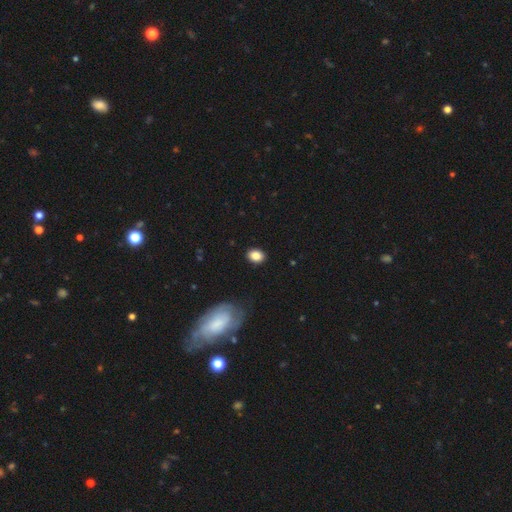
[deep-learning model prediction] Q: Smooth or featured?
A: smooth (86%); runner-up: star or artifact (8%)
Q: How rounded?
A: in between (64%); runner-up: round (35%)
Q: Merging?
A: none (89%); runner-up: minor disturbance (8%)